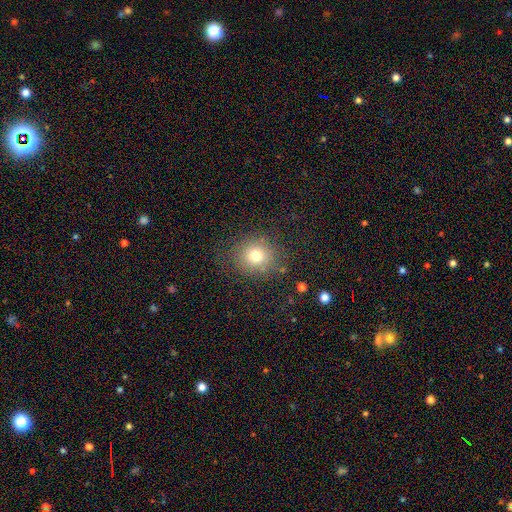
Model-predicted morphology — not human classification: A smooth galaxy with no disk features (74%) that is round (80%). Merging: none (80%).